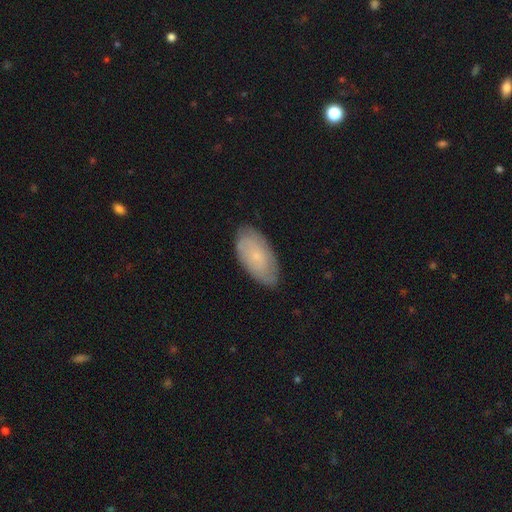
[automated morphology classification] Q: Smooth or featured?
A: smooth (55%); runner-up: featured or disk (37%)
Q: How rounded?
A: in between (94%); runner-up: cigar-shaped (3%)
Q: Merging?
A: none (80%); runner-up: minor disturbance (16%)